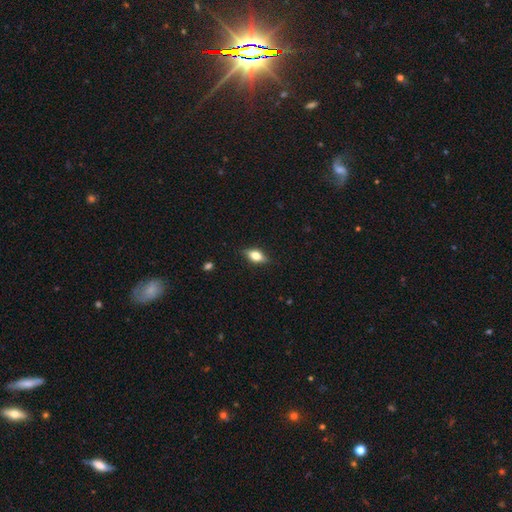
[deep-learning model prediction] smooth_or_featured: smooth (p=0.62) [alt: featured or disk p=0.30]
how_rounded: in between (p=0.79) [alt: cigar-shaped p=0.14]
merging: none (p=0.85) [alt: minor disturbance p=0.11]